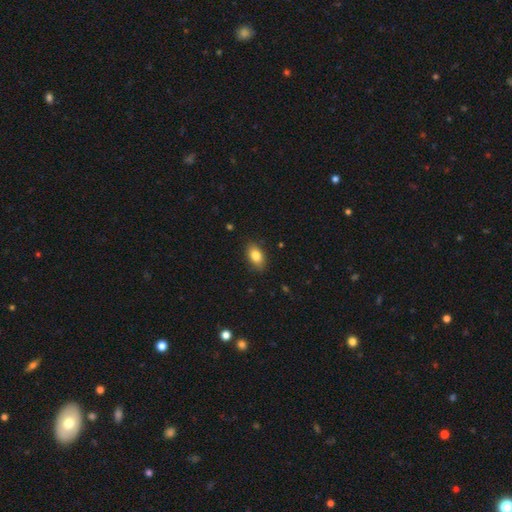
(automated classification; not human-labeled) A smooth galaxy with no disk features (83%) that is in between round and cigar-shaped (90%).

Vote fractions:
- Smooth or featured? smooth: 83% / featured or disk: 10% / star or artifact: 8%
- How rounded? in between: 90% / round: 7% / cigar-shaped: 3%
- Merging? none: 86% / minor disturbance: 11% / major disturbance: 2% / merger: 1%